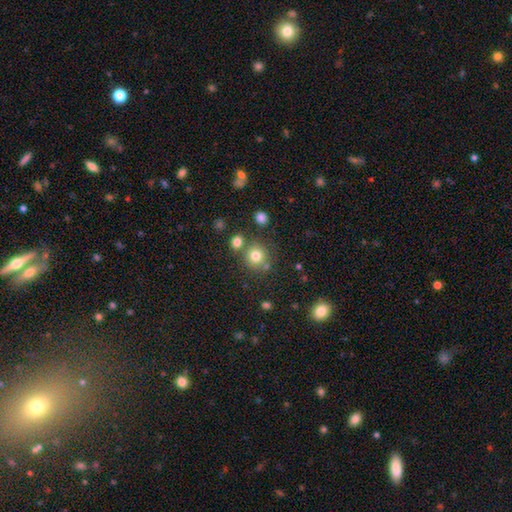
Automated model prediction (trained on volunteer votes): A smooth galaxy with no disk features (78%) that is round (91%). Merging: none (74%).